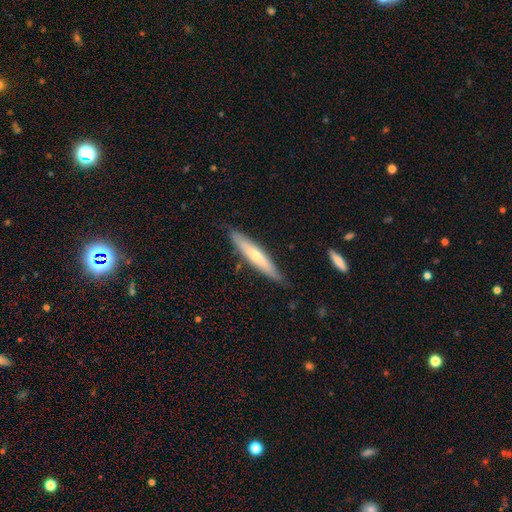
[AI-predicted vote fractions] Overall: smooth (50%; featured or disk 44%). How rounded: cigar-shaped (88%). Merging: none (83%).